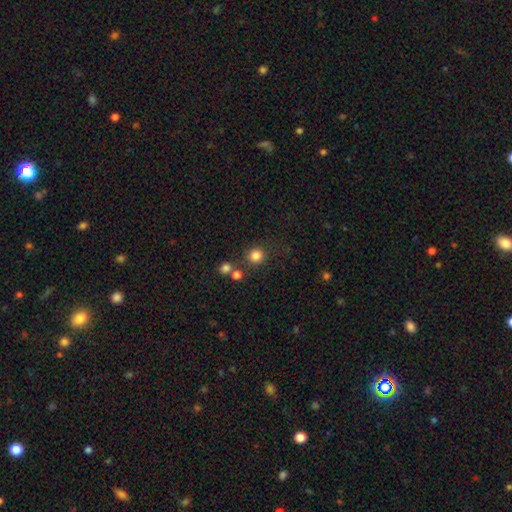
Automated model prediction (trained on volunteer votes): smooth-or-featured: smooth: 82% | star or artifact: 13% | featured or disk: 5%
  how-rounded: round: 92% | in between: 7% | cigar-shaped: 1%
  merging: none: 78% | merger: 10% | minor disturbance: 8% | major disturbance: 4%